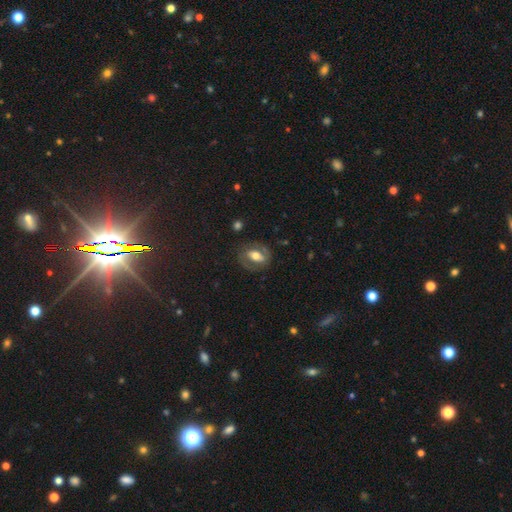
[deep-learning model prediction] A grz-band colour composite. It shows a featured or disk galaxy (51%). Merging: none (73%).